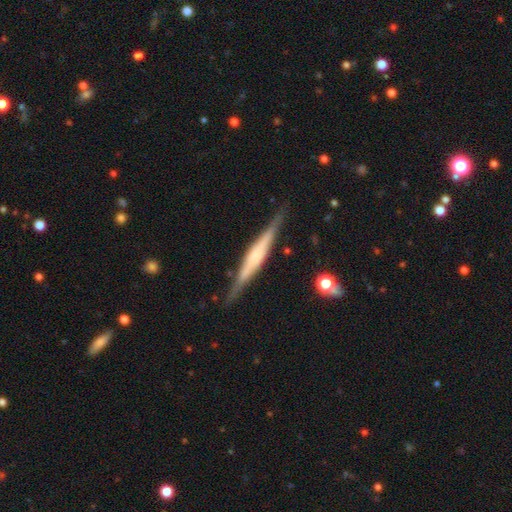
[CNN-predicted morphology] This appears to be a featured or disk galaxy (73%) viewed edge-on (97%) with a rounded central bulge (44%). Merging: none (86%).